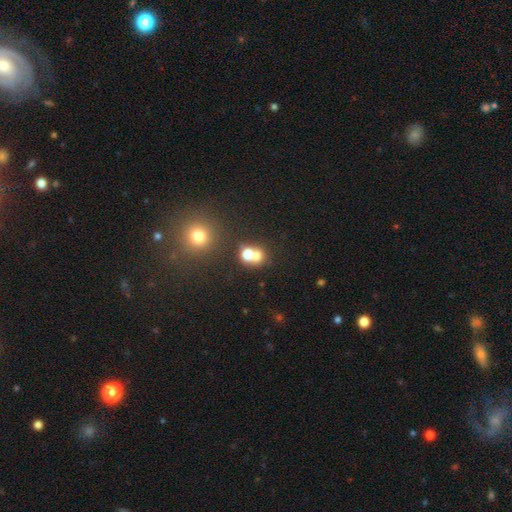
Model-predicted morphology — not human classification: type=smooth (69%); roundness=round (74%); merging=merger (56%).